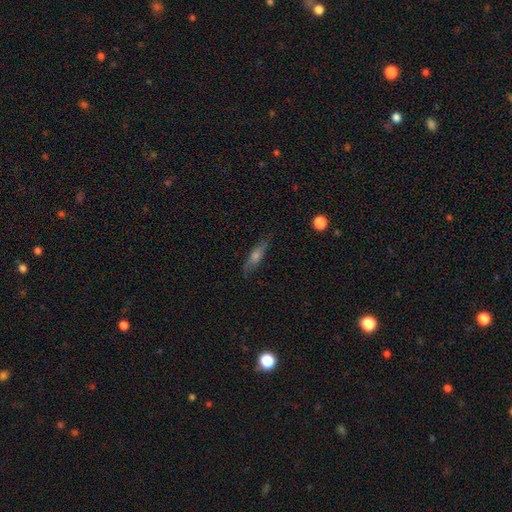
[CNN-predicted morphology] The model was most divided on "smooth or featured": featured or disk: 47%, smooth: 43%, star or artifact: 10%. More confident: merging — none (81%).